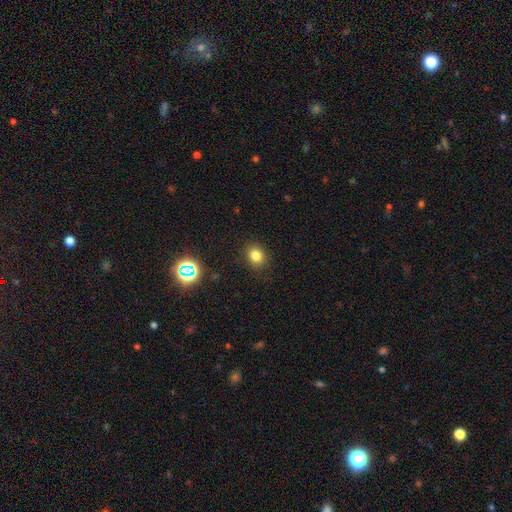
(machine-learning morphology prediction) A smooth galaxy with no disk features (79%) that is round (64%).

Vote fractions:
- Smooth or featured? smooth: 79% / star or artifact: 15% / featured or disk: 6%
- How rounded? round: 64% / in between: 35% / cigar-shaped: 1%
- Merging? none: 88% / minor disturbance: 8% / major disturbance: 3% / merger: 1%